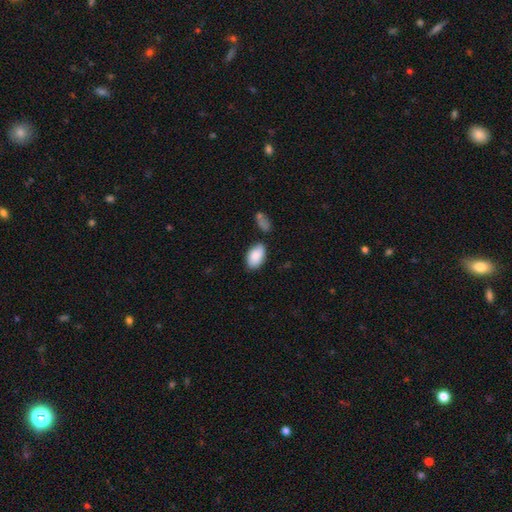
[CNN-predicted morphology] Overall: smooth (87%). How rounded: in between (94%). Merging: none (69%).